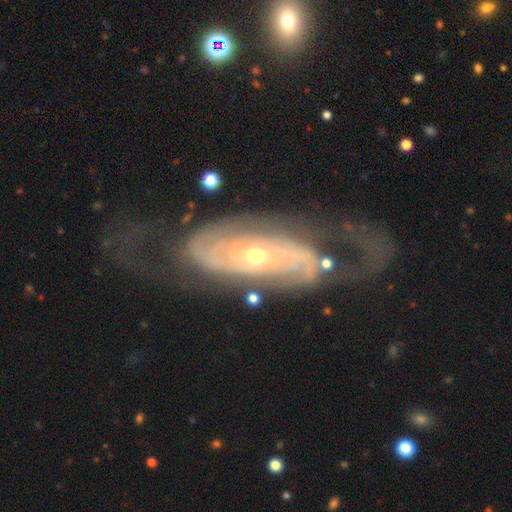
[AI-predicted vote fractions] Smooth or featured: featured or disk — 86% (smooth — 9%)
Edge-on disk: no — 92% (yes — 8%)
Bar: no — 72% (weak — 18%)
Spiral arms: yes — 90% (no — 10%)
Spiral winding: tight — 53% (medium — 31%)
Spiral arm count: 2 — 53% (can't tell — 26%)
Bulge size: moderate — 50% (small — 45%)
Merging: none — 53% (major disturbance — 27%)